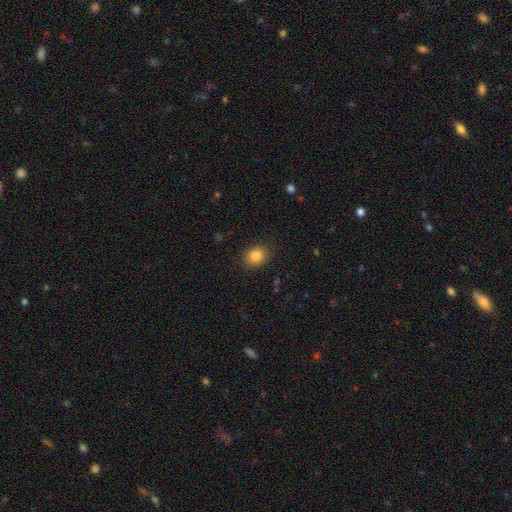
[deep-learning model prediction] Smooth or featured: smooth — 85% (star or artifact — 9%)
How rounded: round — 52% (in between — 47%)
Merging: none — 86% (minor disturbance — 10%)